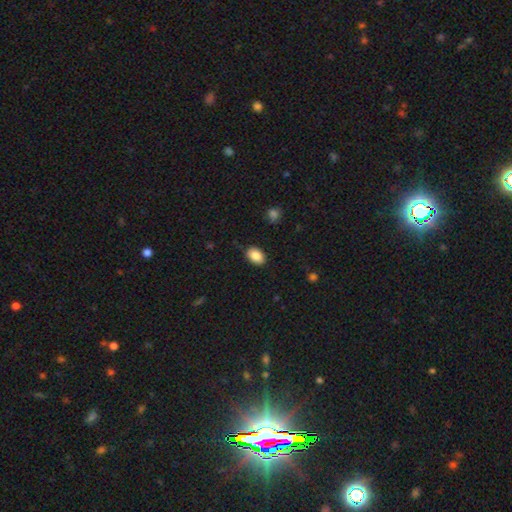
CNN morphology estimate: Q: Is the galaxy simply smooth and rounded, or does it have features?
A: smooth — 87%.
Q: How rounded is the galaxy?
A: in between — 85%.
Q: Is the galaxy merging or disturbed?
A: none — 86%.